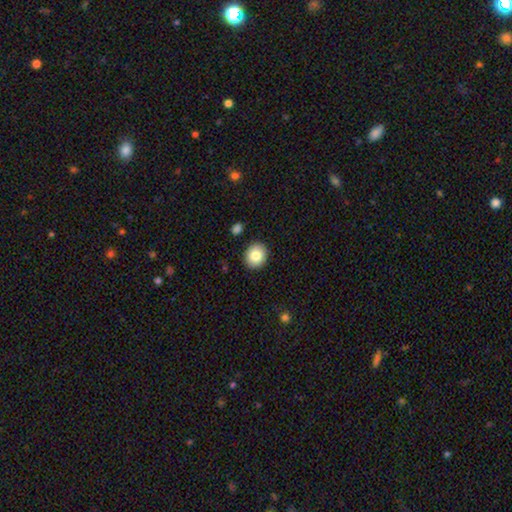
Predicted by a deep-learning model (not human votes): smooth 83%, featured or disk 9%, star or artifact 8%. Down the decision tree: how rounded — round (74%); merging — none (90%).